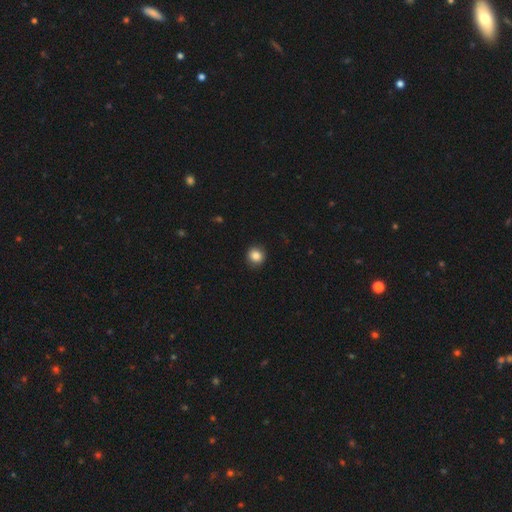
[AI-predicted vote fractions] This is clearly a smooth galaxy (85%). How rounded: clearly round (88%). Merging: clearly none (90%).